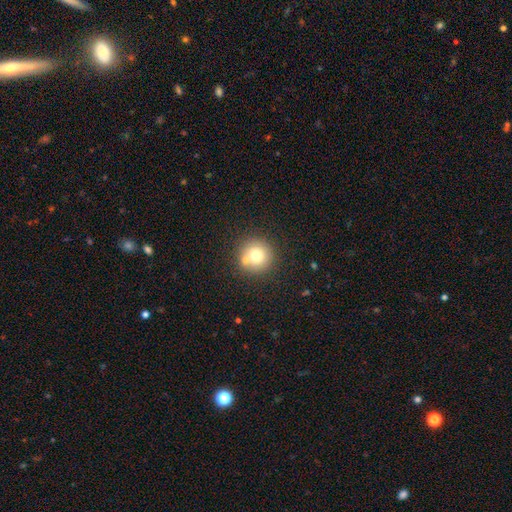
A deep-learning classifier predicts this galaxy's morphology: type=smooth (73%); roundness=round (94%); merging=none (73%).